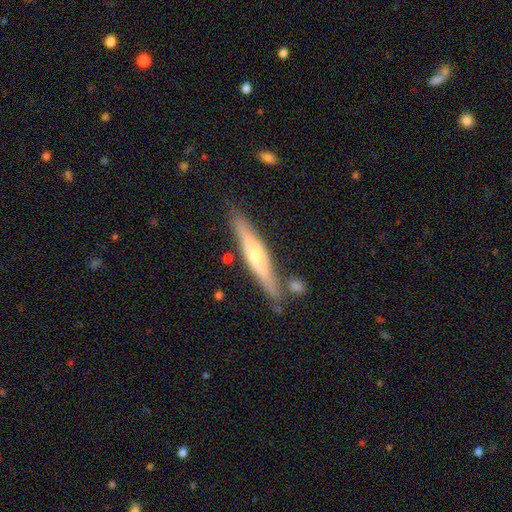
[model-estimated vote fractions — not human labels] This appears to be a featured or disk galaxy (64%) viewed edge-on (92%) with a rounded central bulge (84%). Merging: none (78%).